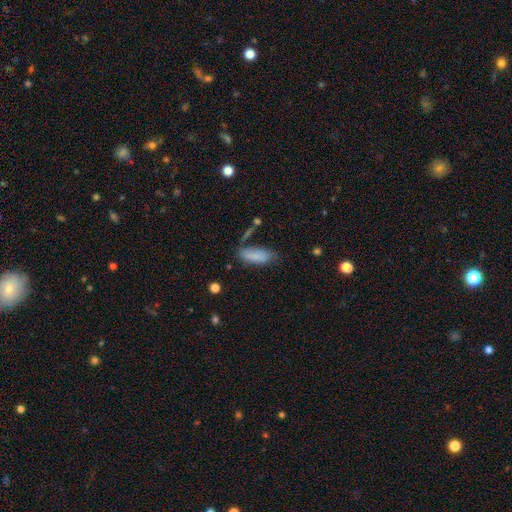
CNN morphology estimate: Q: Smooth or featured?
A: smooth (83%); runner-up: featured or disk (9%)
Q: How rounded?
A: in between (70%); runner-up: cigar-shaped (28%)
Q: Merging?
A: none (57%); runner-up: minor disturbance (28%)